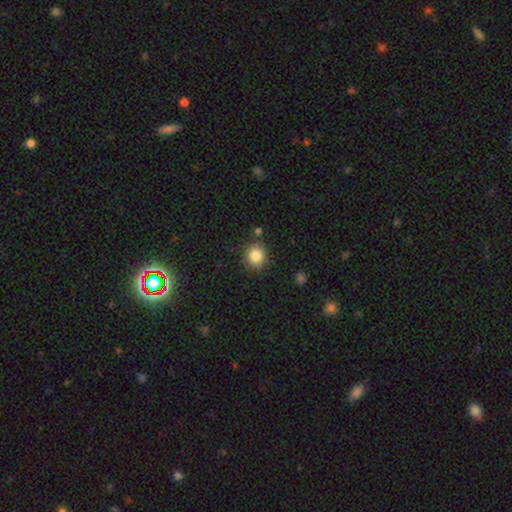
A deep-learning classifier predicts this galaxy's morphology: Smooth or featured? smooth (85%)
How rounded? round (83%)
Merging? none (84%)